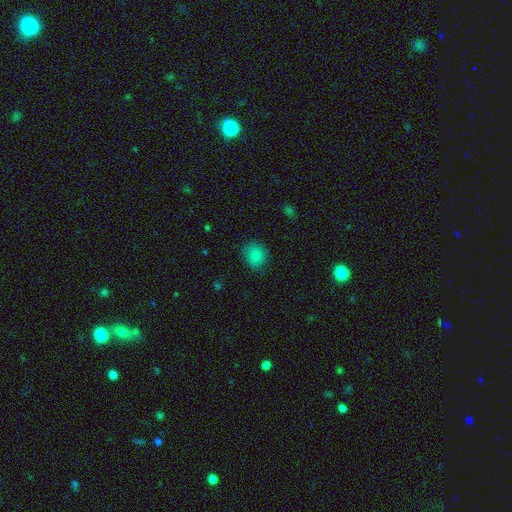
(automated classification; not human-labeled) smooth 81%, star or artifact 11%, featured or disk 8%. Down the decision tree: how rounded — round (69%); merging — none (80%).